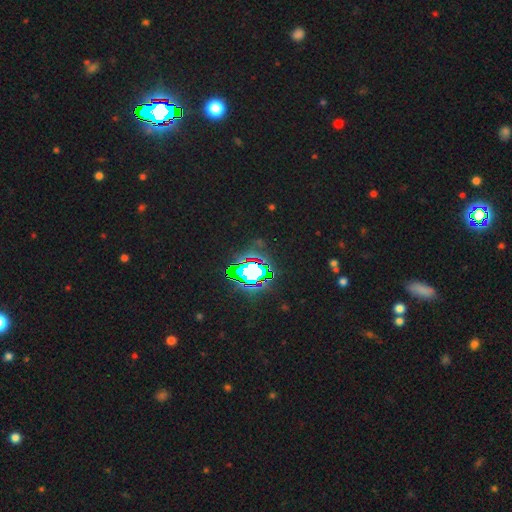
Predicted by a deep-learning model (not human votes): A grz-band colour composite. It shows a star or artifact, not a galaxy (81%).